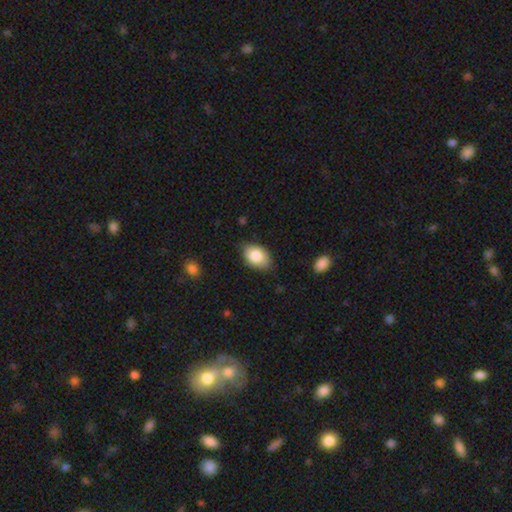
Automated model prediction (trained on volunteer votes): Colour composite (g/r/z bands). It shows a smooth galaxy with no disk features (85%) that is in between round and cigar-shaped (87%). Merging: none (77%).